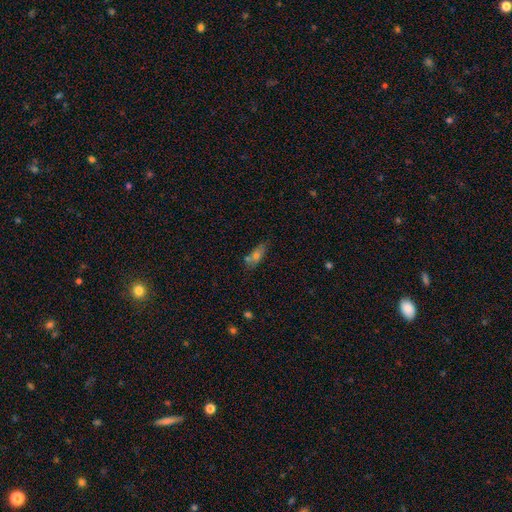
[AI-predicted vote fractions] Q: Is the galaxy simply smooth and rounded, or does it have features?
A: smooth — 62%.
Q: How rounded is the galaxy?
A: in between — 66%.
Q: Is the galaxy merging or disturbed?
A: none — 61%.